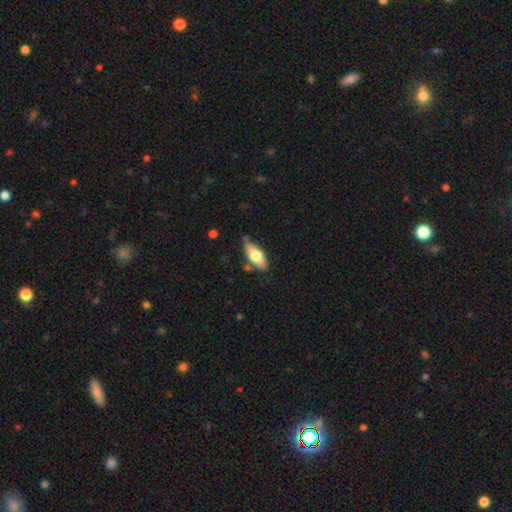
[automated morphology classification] Smooth or featured: smooth — 67% (featured or disk — 27%)
How rounded: in between — 81% (cigar-shaped — 16%)
Merging: none — 68% (minor disturbance — 23%)